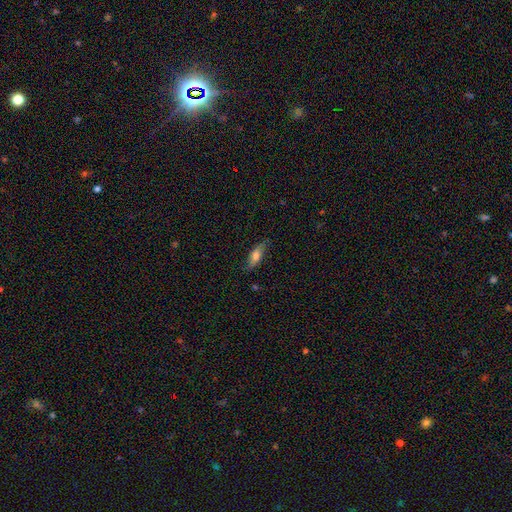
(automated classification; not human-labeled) Morphology: type=smooth (61%); roundness=in between (60%); merging=none (76%).